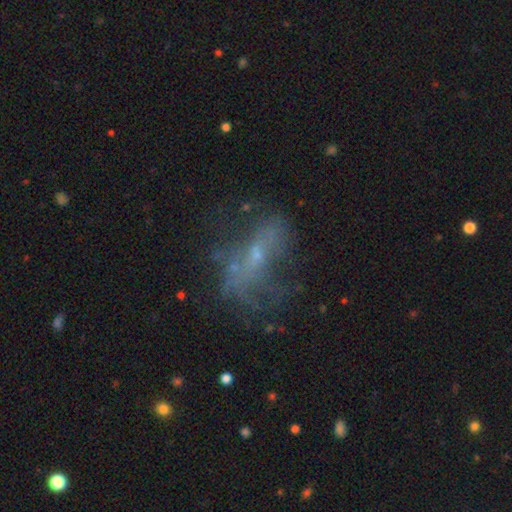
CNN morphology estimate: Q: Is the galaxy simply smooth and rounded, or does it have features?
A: featured or disk — 57%.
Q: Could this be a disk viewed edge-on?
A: no — 92%.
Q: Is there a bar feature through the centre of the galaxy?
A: no — 70%.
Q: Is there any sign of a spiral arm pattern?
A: no — 69%.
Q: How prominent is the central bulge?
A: small — 63%.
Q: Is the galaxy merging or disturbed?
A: none — 44%.